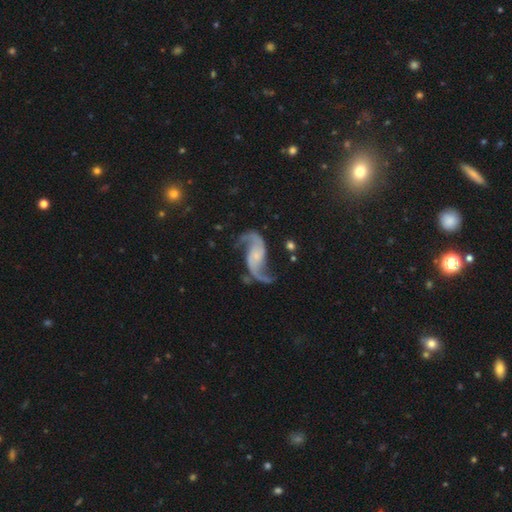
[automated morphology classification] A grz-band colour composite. It shows a featured or disk galaxy (91%) with no bar (56%), 2 (94%) loose (79%) spiral arms (97%) and a small central bulge (56%). Merging: none (69%).